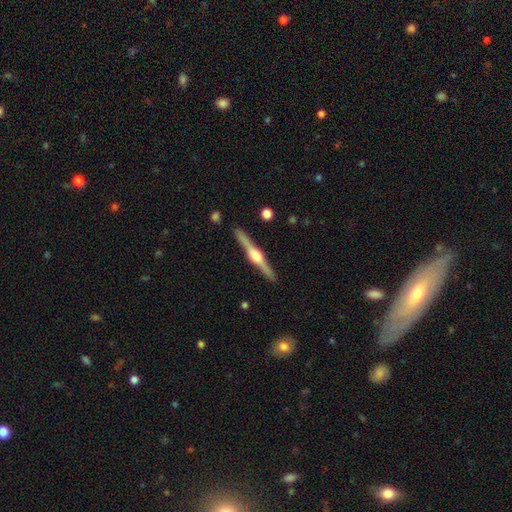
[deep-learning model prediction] Q: Smooth or featured?
A: featured or disk (84%); runner-up: smooth (11%)
Q: Edge-on disk?
A: yes (98%); runner-up: no (2%)
Q: Edge-on bulge?
A: rounded (93%); runner-up: boxy (5%)
Q: Merging?
A: none (91%); runner-up: minor disturbance (6%)